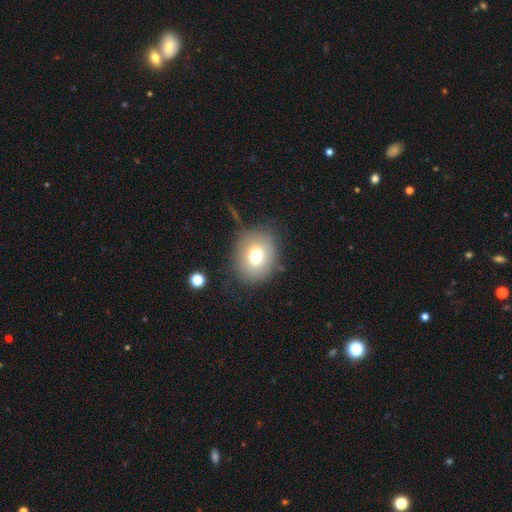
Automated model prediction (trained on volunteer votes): Q: Smooth or featured?
A: smooth (72%); runner-up: featured or disk (15%)
Q: How rounded?
A: round (63%); runner-up: in between (36%)
Q: Merging?
A: none (77%); runner-up: minor disturbance (14%)